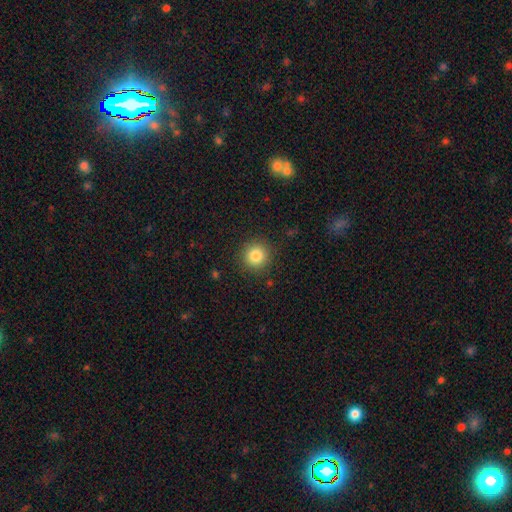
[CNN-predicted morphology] Smooth or featured: smooth — 84% (star or artifact — 11%)
How rounded: round — 93% (in between — 6%)
Merging: none — 89% (minor disturbance — 7%)